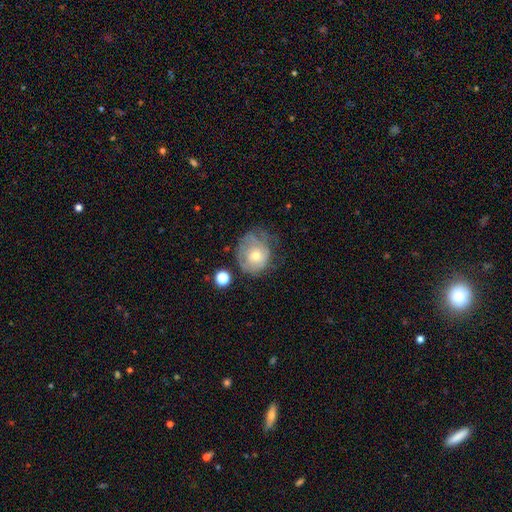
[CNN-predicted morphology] Smooth or featured?
  - featured or disk: 47% *
  - smooth: 44%
  - star or artifact: 10%
Merging?
  - none: 48% *
  - minor disturbance: 29%
  - major disturbance: 19%
  - merger: 4%